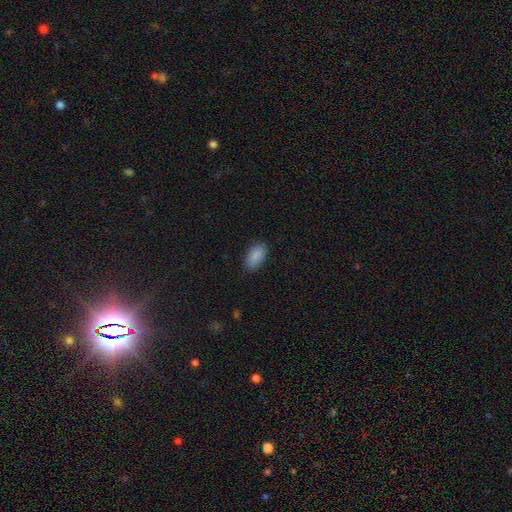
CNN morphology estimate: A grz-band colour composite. It shows a smooth galaxy with no disk features (89%) that is in between round and cigar-shaped (93%). Merging: none (83%).